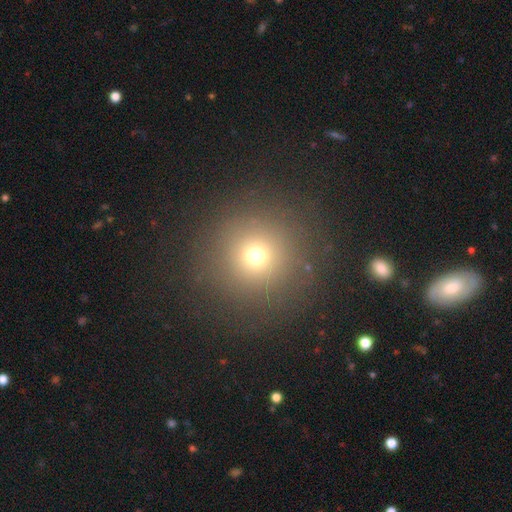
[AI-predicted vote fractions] This is likely a smooth galaxy (68%). How rounded: clearly round (95%). Merging: clearly none (86%).